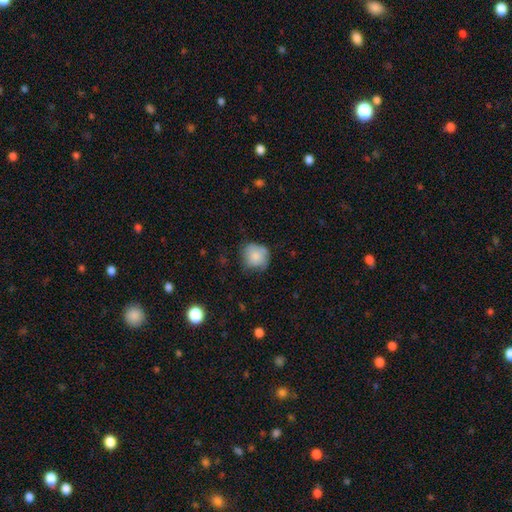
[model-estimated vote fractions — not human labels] smooth 81%, featured or disk 12%, star or artifact 8%. Down the decision tree: how rounded — round (84%); merging — none (61%).